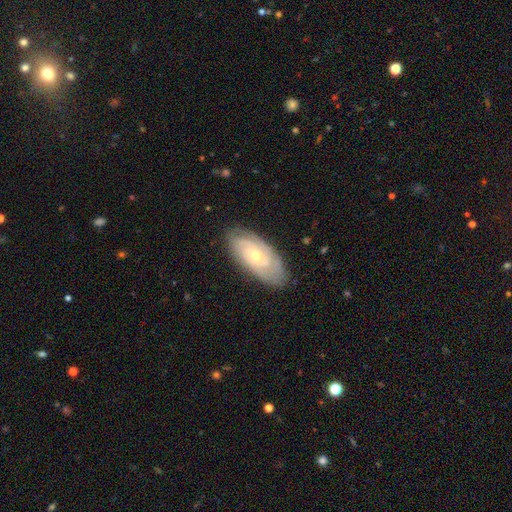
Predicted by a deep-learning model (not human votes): Smooth or featured? featured or disk (74%)
Edge-on disk? no (92%)
Bar? no (75%)
Spiral arms? yes (89%)
Spiral winding? tight (70%)
Spiral arm count? can't tell (42%)
Bulge size? small (61%)
Merging? none (81%)